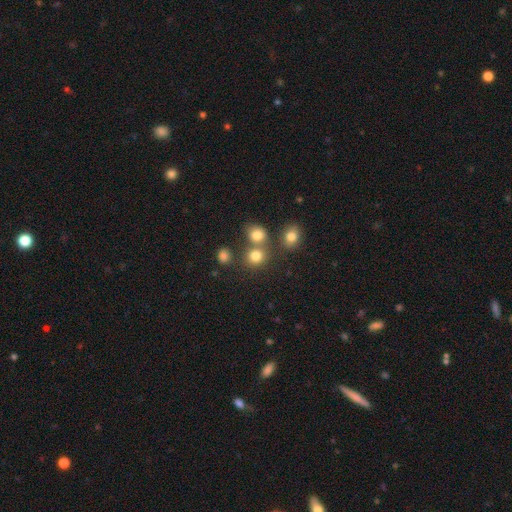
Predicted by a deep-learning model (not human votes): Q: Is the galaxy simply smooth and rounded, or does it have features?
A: smooth — 79%.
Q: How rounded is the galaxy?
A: round — 83%.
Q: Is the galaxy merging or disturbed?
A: none — 62%.